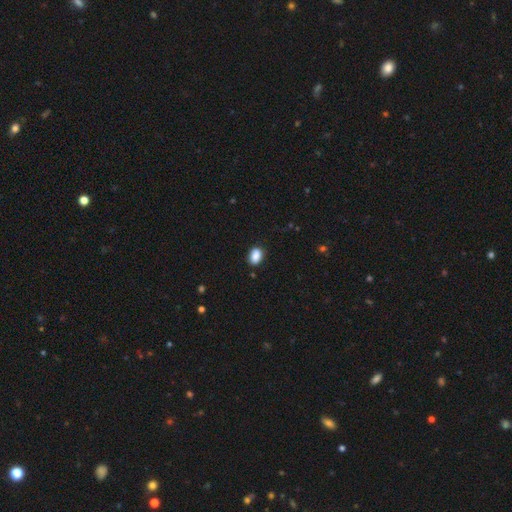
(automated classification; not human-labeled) A smooth galaxy with no disk features (88%) that is in between round and cigar-shaped (80%).

Vote fractions:
- Smooth or featured? smooth: 88% / star or artifact: 8% / featured or disk: 4%
- How rounded? in between: 80% / round: 18% / cigar-shaped: 1%
- Merging? none: 86% / minor disturbance: 11% / major disturbance: 2% / merger: 1%